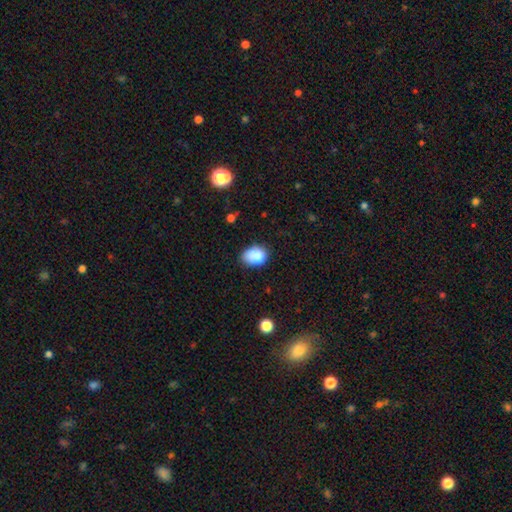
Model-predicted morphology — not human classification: A smooth galaxy with no disk features (85%) that is in between round and cigar-shaped (76%).

Vote fractions:
- Smooth or featured? smooth: 85% / star or artifact: 9% / featured or disk: 6%
- How rounded? in between: 76% / round: 23% / cigar-shaped: 1%
- Merging? none: 63% / minor disturbance: 28% / major disturbance: 5% / merger: 3%